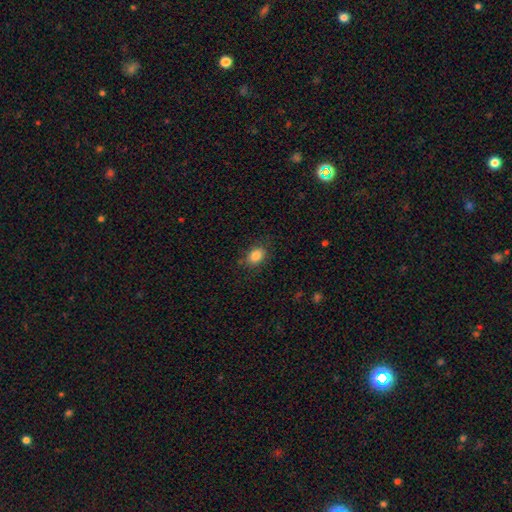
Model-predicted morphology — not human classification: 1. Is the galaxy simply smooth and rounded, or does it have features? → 85% smooth, 9% star or artifact, 6% featured or disk.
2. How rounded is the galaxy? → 72% in between, 27% round, 1% cigar-shaped.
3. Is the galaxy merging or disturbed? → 81% none, 13% minor disturbance, 4% major disturbance, 1% merger.